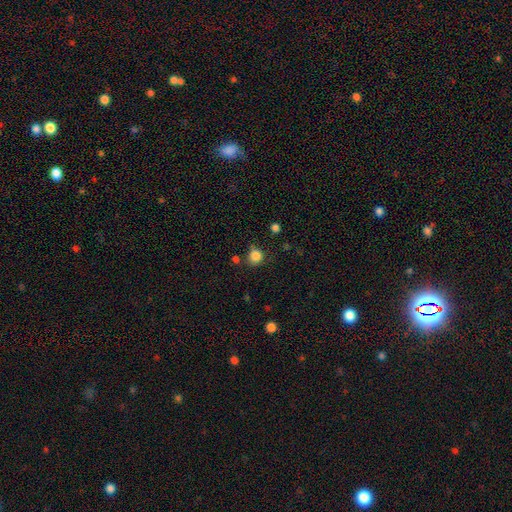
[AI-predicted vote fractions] smooth-or-featured: smooth: 84% | star or artifact: 11% | featured or disk: 4%
  how-rounded: round: 85% | in between: 14% | cigar-shaped: 1%
  merging: none: 72% | minor disturbance: 17% | merger: 6% | major disturbance: 5%